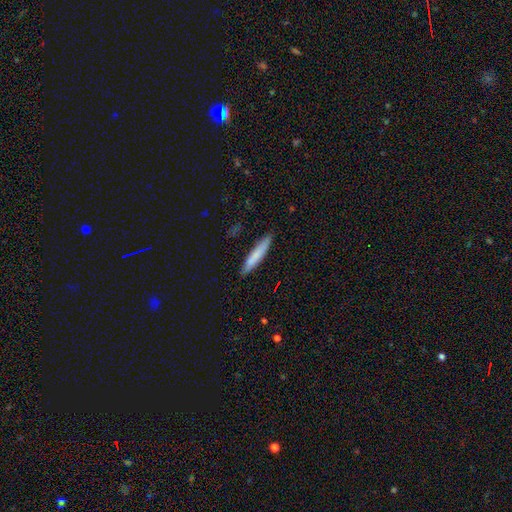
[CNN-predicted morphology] type=smooth (76%); roundness=cigar-shaped (92%); merging=none (88%).